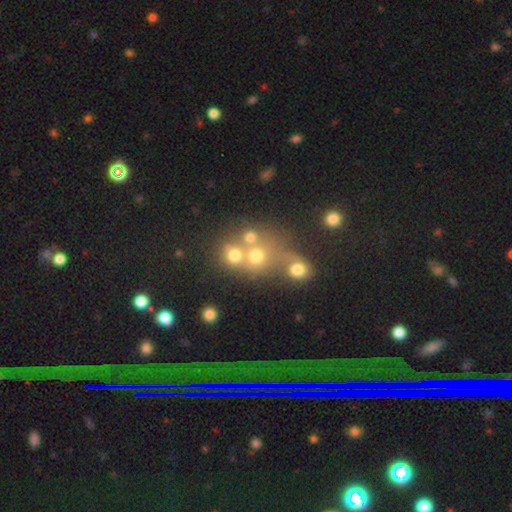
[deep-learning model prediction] A smooth galaxy with no disk features (62%) that is round (79%). Merging: none (44%).